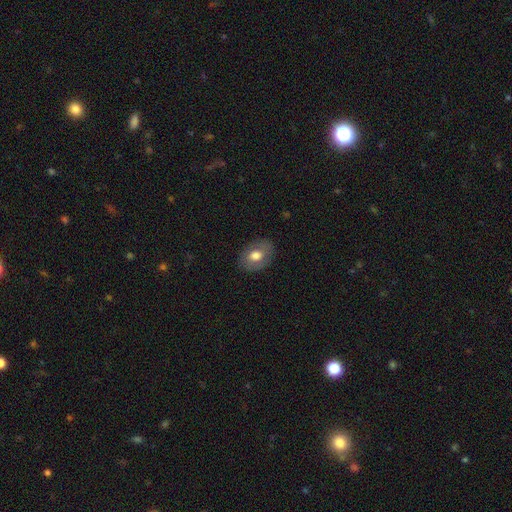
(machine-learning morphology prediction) Smooth or featured?
  - smooth: 66% *
  - featured or disk: 27%
  - star or artifact: 7%
How rounded?
  - in between: 70% *
  - round: 29%
  - cigar-shaped: 1%
Merging?
  - none: 84% *
  - minor disturbance: 12%
  - major disturbance: 4%
  - merger: 1%